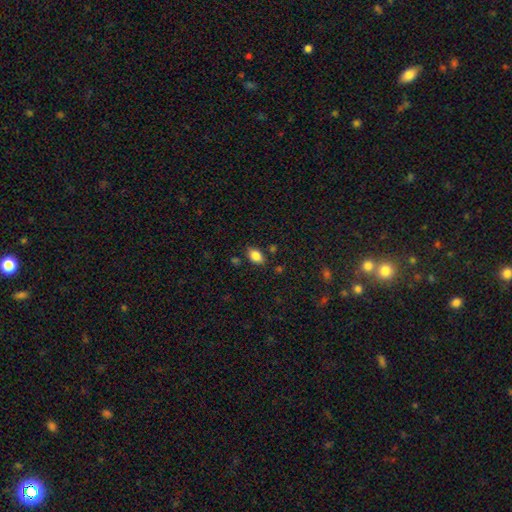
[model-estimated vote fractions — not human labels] Smooth or featured?
  - smooth: 84% *
  - star or artifact: 9%
  - featured or disk: 7%
How rounded?
  - in between: 84% *
  - round: 14%
  - cigar-shaped: 2%
Merging?
  - none: 81% *
  - minor disturbance: 13%
  - merger: 3%
  - major disturbance: 3%